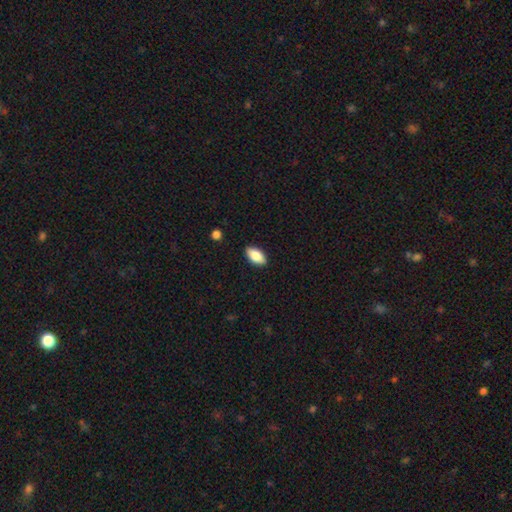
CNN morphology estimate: Smooth or featured: smooth — 82% (featured or disk — 11%)
How rounded: in between — 91% (cigar-shaped — 6%)
Merging: none — 88% (minor disturbance — 9%)